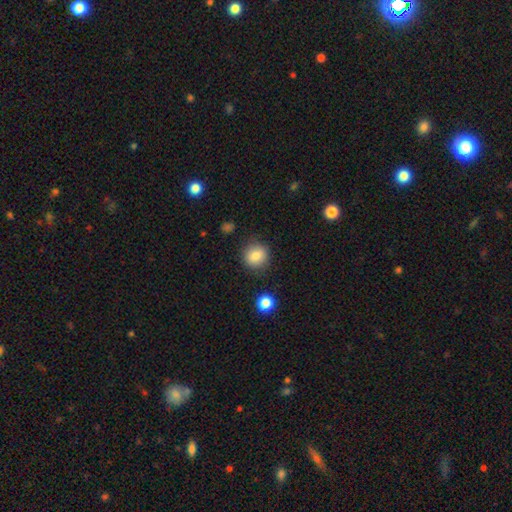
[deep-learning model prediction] This appears to be a smooth galaxy with no disk features (82%) that is round (90%). Merging: none (86%).